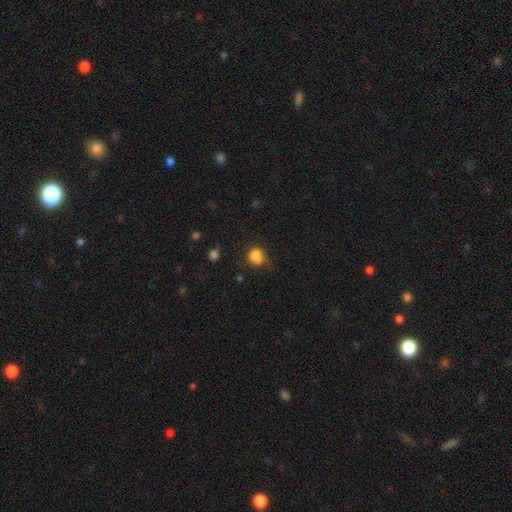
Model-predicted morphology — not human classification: Q: Smooth or featured?
A: smooth (81%); runner-up: star or artifact (11%)
Q: How rounded?
A: round (68%); runner-up: in between (31%)
Q: Merging?
A: none (49%); runner-up: minor disturbance (30%)